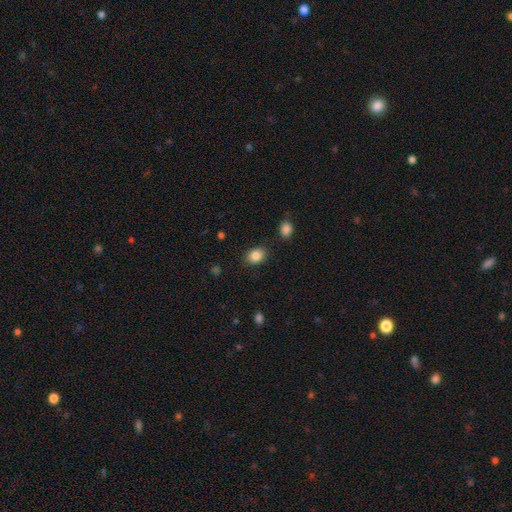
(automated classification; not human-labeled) Morphology: type=smooth (85%); roundness=in between (66%); merging=none (85%).